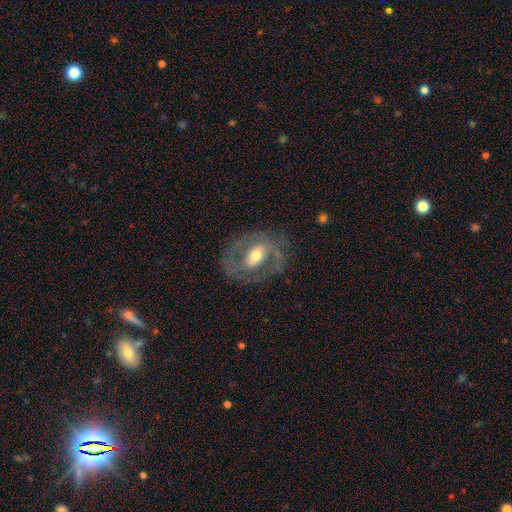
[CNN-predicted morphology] type=featured or disk (72%); edge-on=no (94%); bar=weak (38%); spiral arms=yes (61%); bulge=moderate (66%); merging=none (70%).